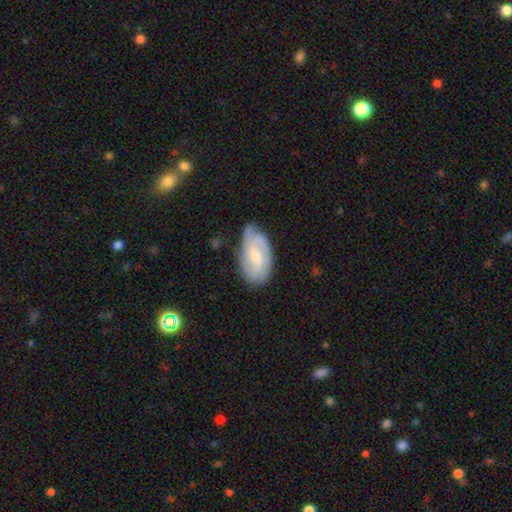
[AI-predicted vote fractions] featured or disk 69%, smooth 25%, star or artifact 6%. Down the decision tree: edge-on disk — no (96%); bar — weak (49%); spiral arms — yes (92%); spiral arm count — 2 (38%); spiral winding — tight (43%); bulge size — small (54%); merging — none (64%).